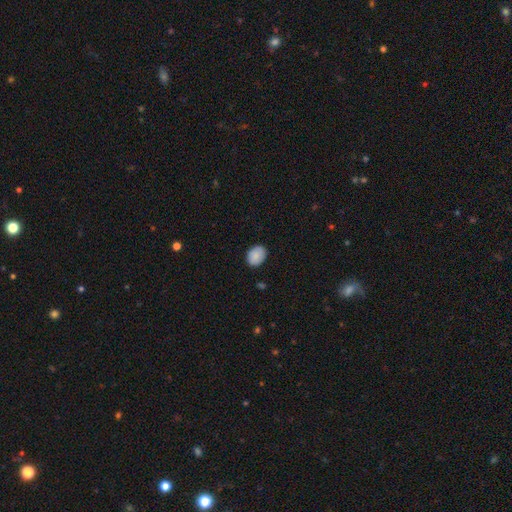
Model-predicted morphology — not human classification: Smooth or featured? smooth (85%)
How rounded? in between (67%)
Merging? none (85%)